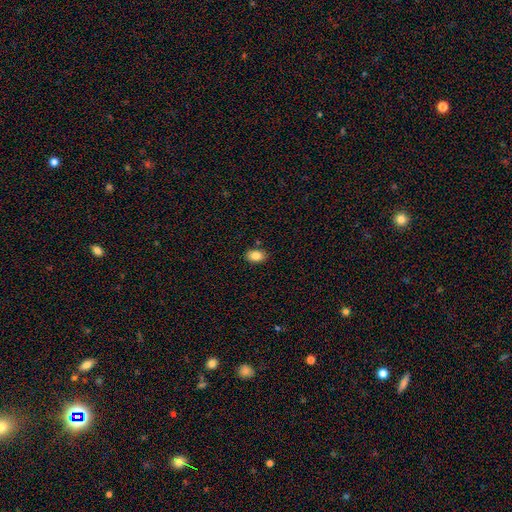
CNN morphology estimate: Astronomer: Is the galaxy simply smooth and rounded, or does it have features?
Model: smooth — 85%.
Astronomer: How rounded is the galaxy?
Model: in between — 86%.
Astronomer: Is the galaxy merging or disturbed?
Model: none — 85%.